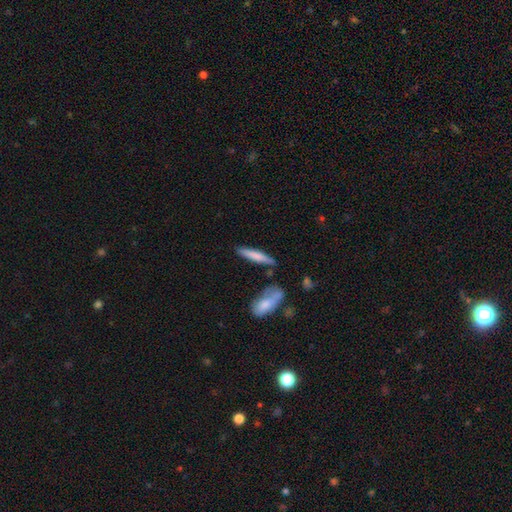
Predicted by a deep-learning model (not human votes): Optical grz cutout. It shows a smooth galaxy with no disk features (69%) that is cigar-shaped (86%). Merging: none (75%).